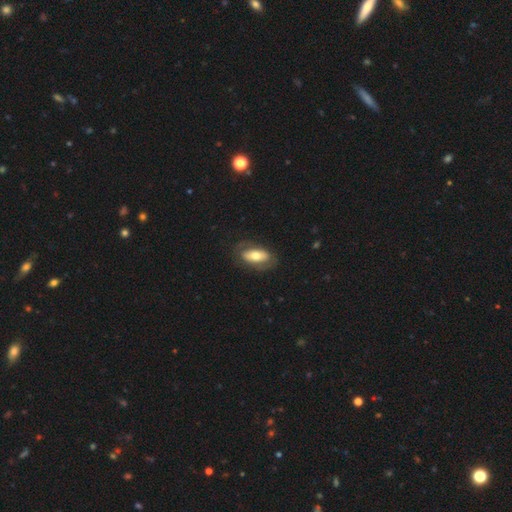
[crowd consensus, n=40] A smooth galaxy with no disk features (70%) that is in between round and cigar-shaped (89%).

Vote fractions:
- Smooth or featured? smooth: 70% / featured or disk: 30% / star or artifact: 0%
- How rounded? in between: 89% / cigar-shaped: 11% / round: 0%
- Merging? none: 62% / minor disturbance: 25% / major disturbance: 12% / merger: 0%